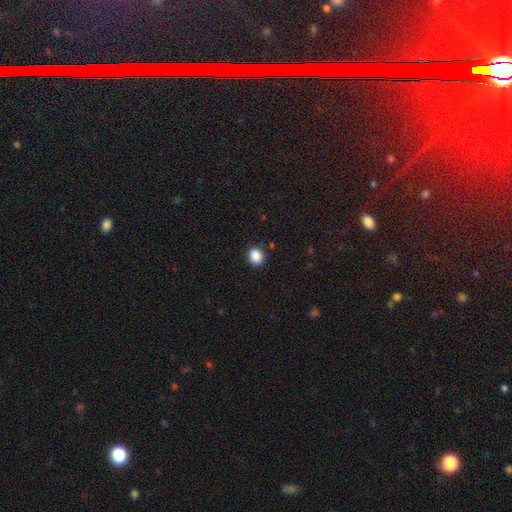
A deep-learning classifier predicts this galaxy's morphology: smooth 88%, star or artifact 9%, featured or disk 3%. Down the decision tree: how rounded — in between (50%); merging — none (87%).